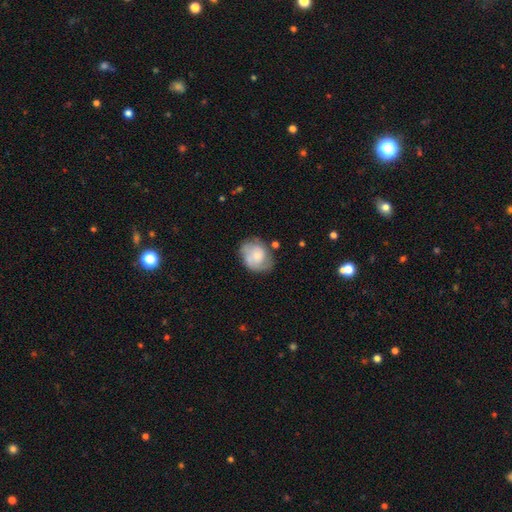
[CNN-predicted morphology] smooth 49%, featured or disk 44%, star or artifact 7%. Down the decision tree: merging — none (56%).